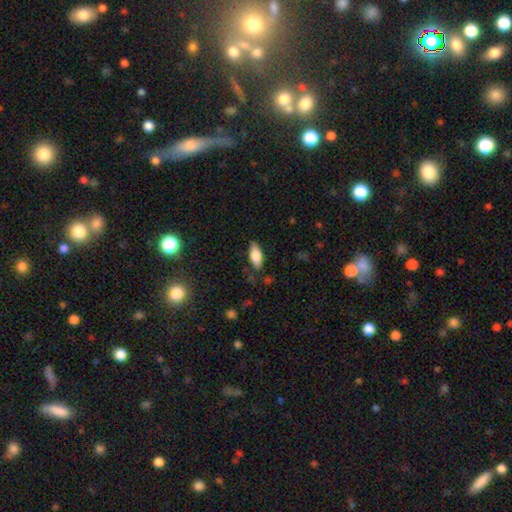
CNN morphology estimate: Smooth or featured?
  - smooth: 78% *
  - featured or disk: 15%
  - star or artifact: 7%
How rounded?
  - in between: 84% *
  - cigar-shaped: 14%
  - round: 2%
Merging?
  - none: 80% *
  - minor disturbance: 15%
  - major disturbance: 3%
  - merger: 2%